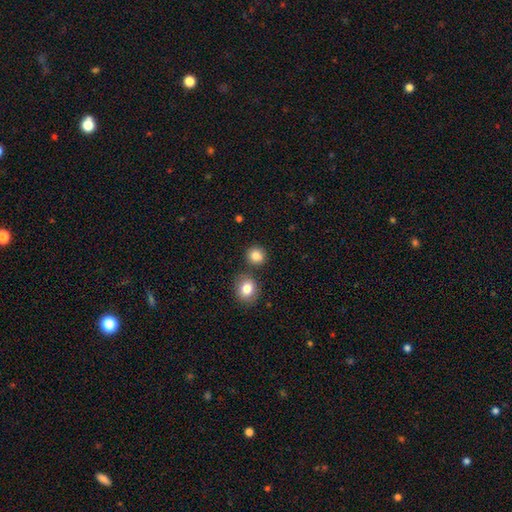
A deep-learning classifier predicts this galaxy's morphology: This is clearly a smooth galaxy (84%). How rounded: clearly round (86%). Merging: likely none (79%).